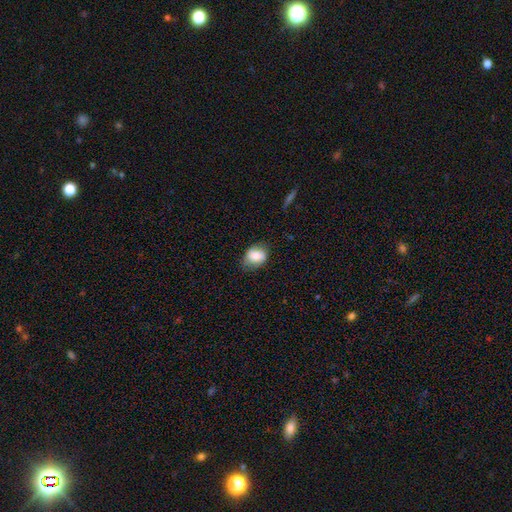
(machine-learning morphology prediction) smooth-or-featured: smooth: 76% | featured or disk: 16% | star or artifact: 8%
  how-rounded: in between: 60% | round: 39% | cigar-shaped: 1%
  merging: none: 68% | minor disturbance: 24% | major disturbance: 6% | merger: 1%